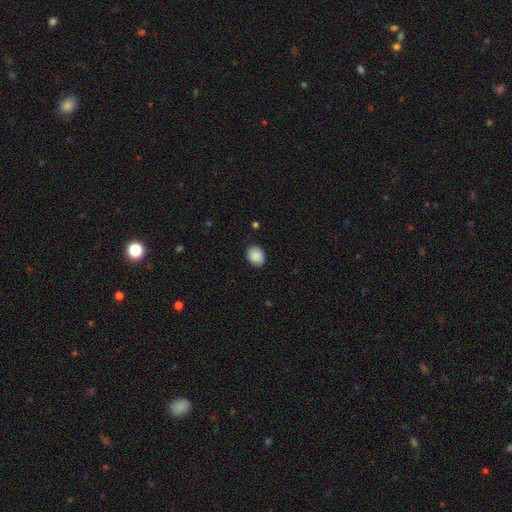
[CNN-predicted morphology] The model was most divided on "how rounded": in between: 58%, round: 41%, cigar-shaped: 1%. More confident: smooth or featured — smooth (89%); merging — none (83%).